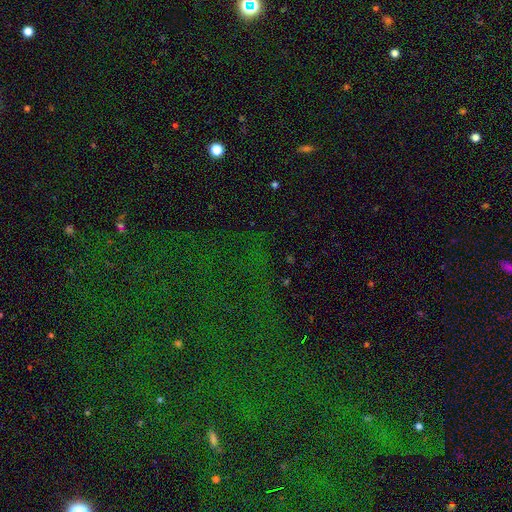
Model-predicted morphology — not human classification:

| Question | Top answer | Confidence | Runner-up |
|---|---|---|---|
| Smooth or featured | star or artifact | 83% | smooth (10%) |